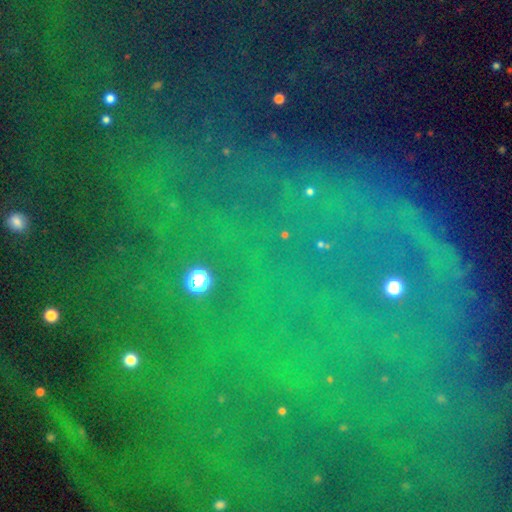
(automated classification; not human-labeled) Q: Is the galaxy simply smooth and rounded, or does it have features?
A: star or artifact — 78%.